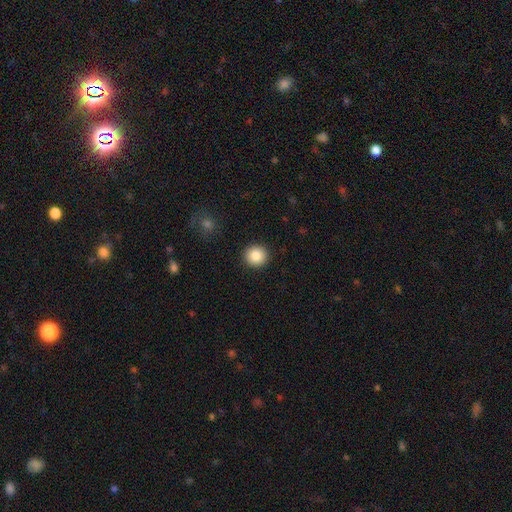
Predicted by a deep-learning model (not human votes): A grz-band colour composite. It shows a smooth galaxy with no disk features (85%) that is round (92%). Merging: none (92%).